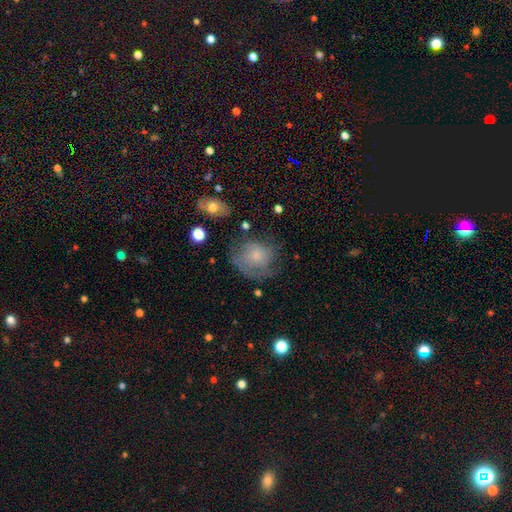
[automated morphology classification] Overall: smooth (54%; featured or disk 36%). How rounded: round (73%). Merging: none (50%; minor disturbance 27%).